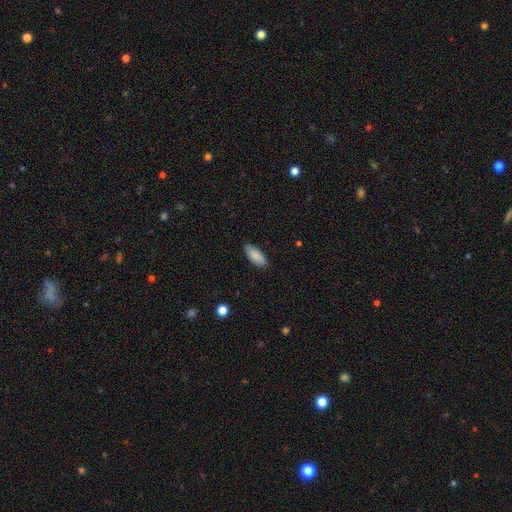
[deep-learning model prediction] This is clearly a smooth galaxy (86%). How rounded: clearly in between (83%). Merging: clearly none (87%).